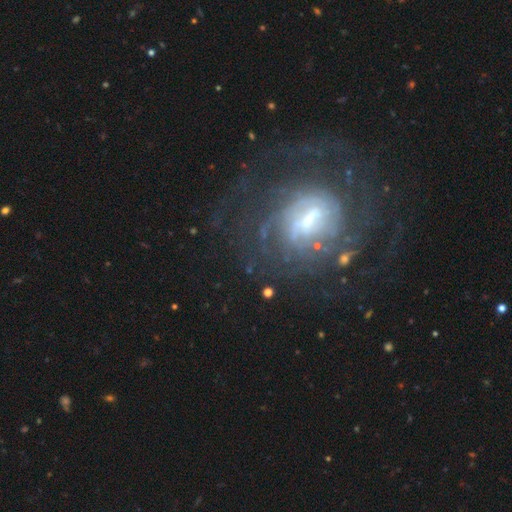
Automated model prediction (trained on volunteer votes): This appears to be a featured or disk galaxy (78%) with a weak bar (43%), tight (65%) spiral arms (87%) and a moderate central bulge (37%). Merging: none (71%).